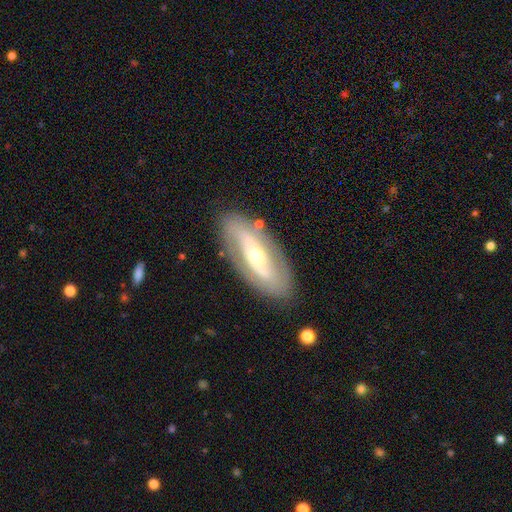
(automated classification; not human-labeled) Q: Smooth or featured?
A: featured or disk (71%); runner-up: smooth (23%)
Q: Edge-on disk?
A: no (86%); runner-up: yes (14%)
Q: Bar?
A: no (49%); runner-up: strong (27%)
Q: Spiral arms?
A: yes (61%); runner-up: no (39%)
Q: Bulge size?
A: small (55%); runner-up: moderate (40%)
Q: Merging?
A: none (82%); runner-up: minor disturbance (12%)